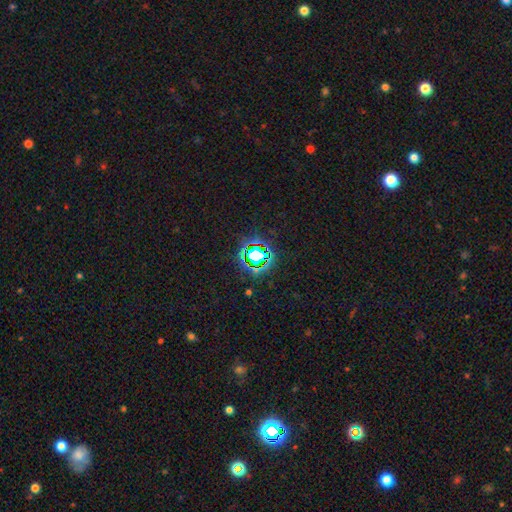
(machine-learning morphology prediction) Smooth or featured? star or artifact (72%)